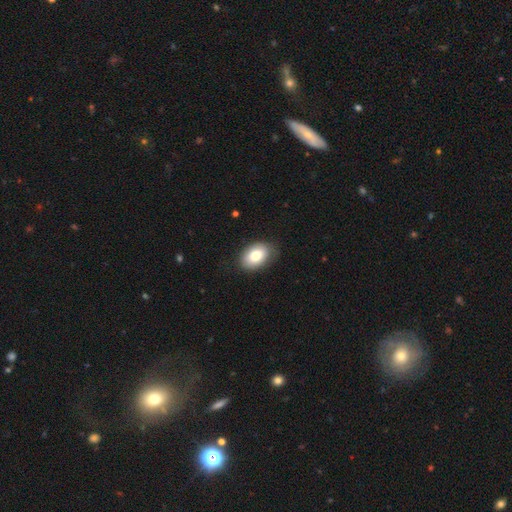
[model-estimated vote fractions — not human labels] Morphology: type=smooth (80%); roundness=in between (86%); merging=none (83%).